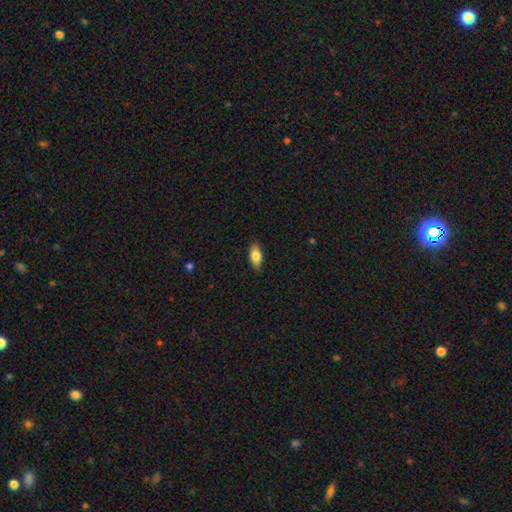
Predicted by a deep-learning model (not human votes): Smooth or featured? Predicted: smooth (p=0.82). How rounded? Predicted: in between (p=0.87). Merging? Predicted: none (p=0.86).